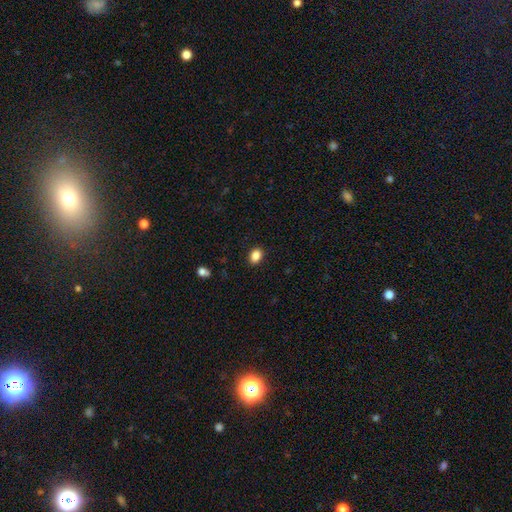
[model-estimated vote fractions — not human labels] A smooth galaxy with no disk features (87%) that is in between round and cigar-shaped (72%).

Vote fractions:
- Smooth or featured? smooth: 87% / star or artifact: 9% / featured or disk: 4%
- How rounded? in between: 72% / round: 27% / cigar-shaped: 1%
- Merging? none: 89% / minor disturbance: 8% / major disturbance: 2% / merger: 1%